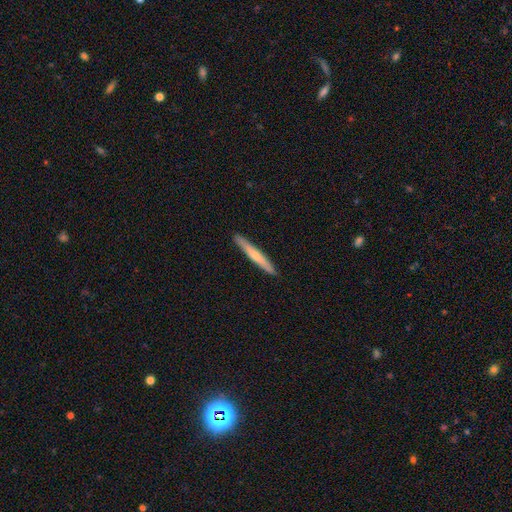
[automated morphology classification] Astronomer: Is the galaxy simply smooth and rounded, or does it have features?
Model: smooth — 55% (runner-up: featured or disk, 39%).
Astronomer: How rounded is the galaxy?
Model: cigar-shaped — 96%.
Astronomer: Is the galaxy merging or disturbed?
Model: none — 91%.